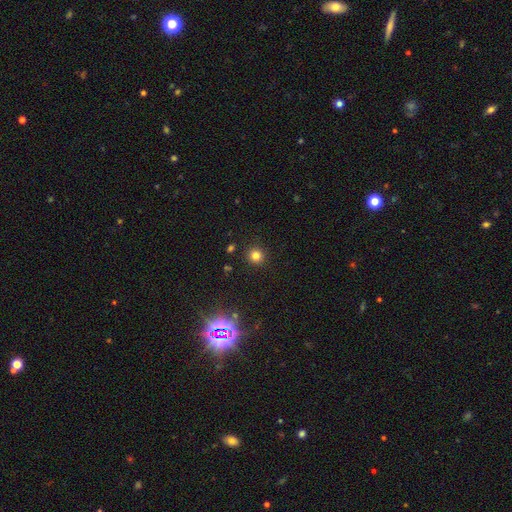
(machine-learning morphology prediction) type=smooth (79%); roundness=round (93%); merging=none (91%).